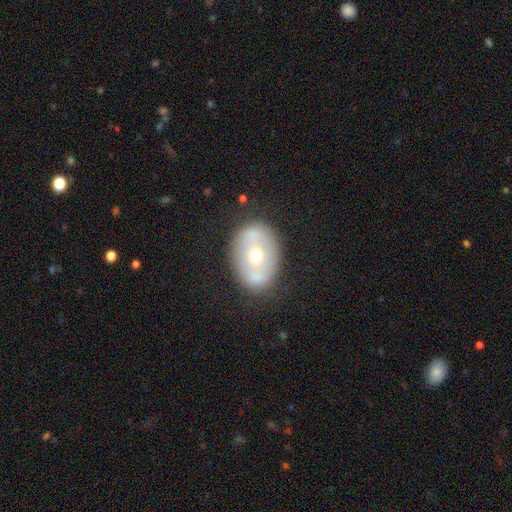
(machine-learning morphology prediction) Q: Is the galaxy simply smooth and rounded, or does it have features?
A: featured or disk — 51%.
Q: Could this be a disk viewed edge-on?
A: no — 92%.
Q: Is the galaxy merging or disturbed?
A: none — 76%.